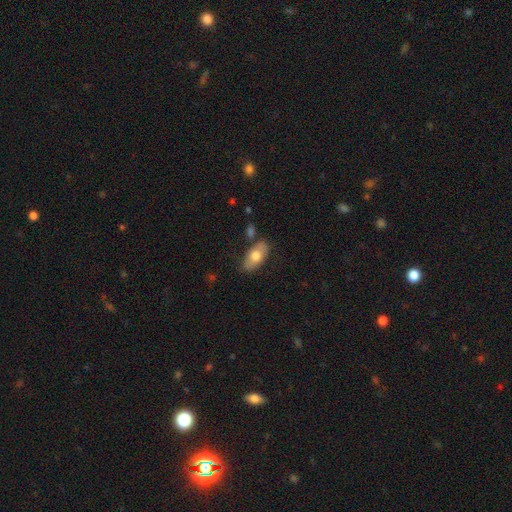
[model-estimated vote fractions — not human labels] smooth-or-featured: smooth: 69% | featured or disk: 25% | star or artifact: 6%
  how-rounded: in between: 91% | cigar-shaped: 4% | round: 4%
  merging: none: 74% | minor disturbance: 15% | merger: 7% | major disturbance: 4%